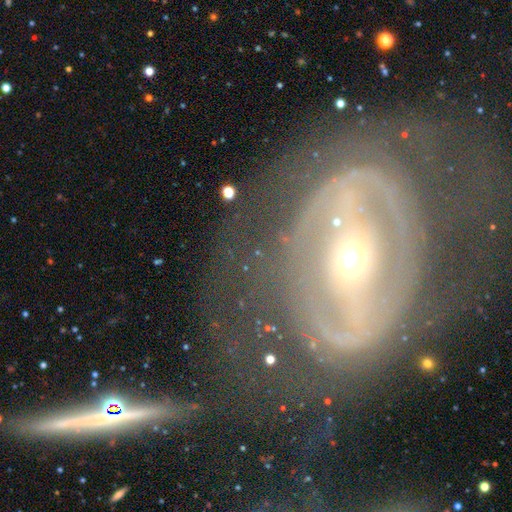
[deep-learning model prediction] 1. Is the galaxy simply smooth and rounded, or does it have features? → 81% featured or disk, 12% smooth, 7% star or artifact.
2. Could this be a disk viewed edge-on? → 93% no, 7% yes.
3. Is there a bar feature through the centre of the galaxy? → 45% strong, 29% no, 26% weak.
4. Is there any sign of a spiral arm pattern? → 62% yes, 38% no.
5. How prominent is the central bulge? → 57% small, 38% moderate, 3% large, 1% dominant, 1% none.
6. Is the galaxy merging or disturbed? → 53% none, 23% major disturbance, 17% minor disturbance, 6% merger.